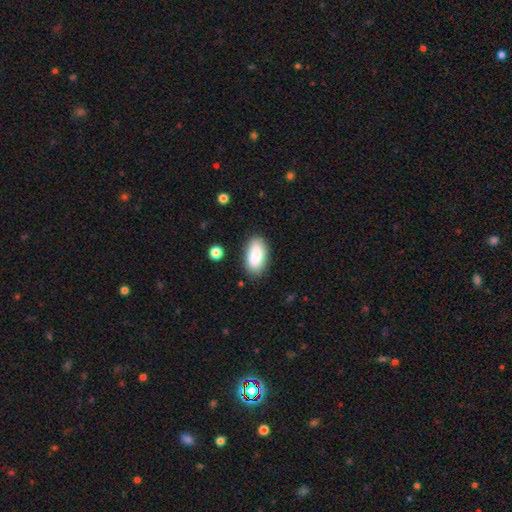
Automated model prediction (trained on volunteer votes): Q: Smooth or featured?
A: smooth (87%); runner-up: featured or disk (7%)
Q: How rounded?
A: in between (93%); runner-up: cigar-shaped (4%)
Q: Merging?
A: none (84%); runner-up: minor disturbance (12%)